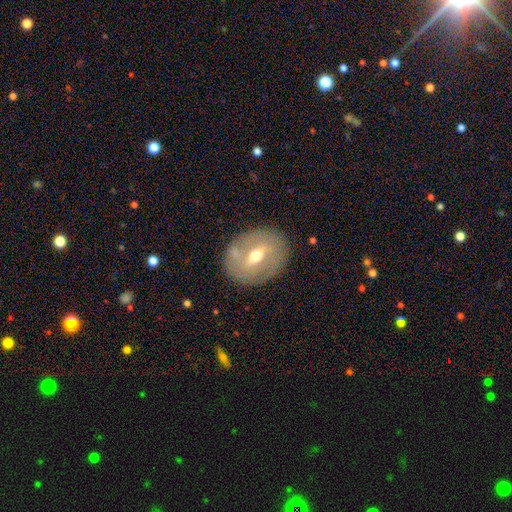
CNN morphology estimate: Smooth or featured? Predicted: featured or disk (p=0.65). Edge-on disk? Predicted: no (p=0.88). Bar? Predicted: weak (p=0.43). Spiral arms? Predicted: no (p=0.67). Bulge size? Predicted: moderate (p=0.69). Merging? Predicted: none (p=0.82).